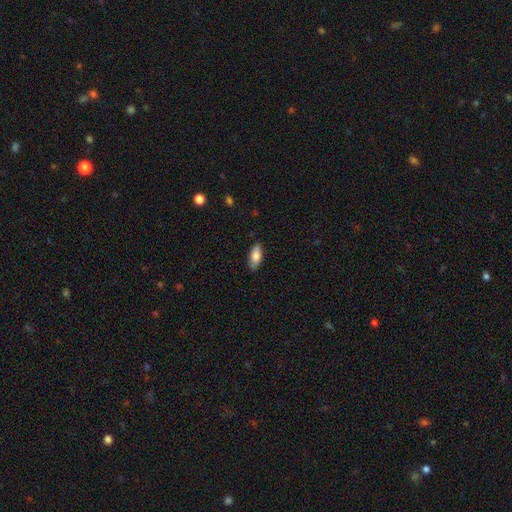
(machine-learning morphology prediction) This is clearly a smooth galaxy (81%). How rounded: clearly in between (86%). Merging: clearly none (85%).